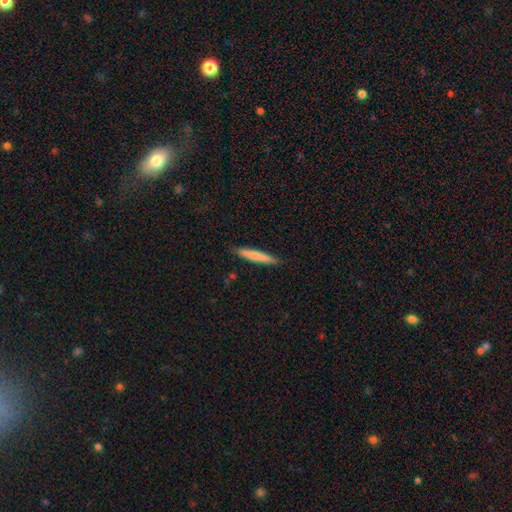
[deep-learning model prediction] smooth_or_featured: smooth (p=0.76) [alt: featured or disk p=0.18]
how_rounded: cigar-shaped (p=0.94) [alt: in between p=0.04]
merging: none (p=0.89) [alt: minor disturbance p=0.09]